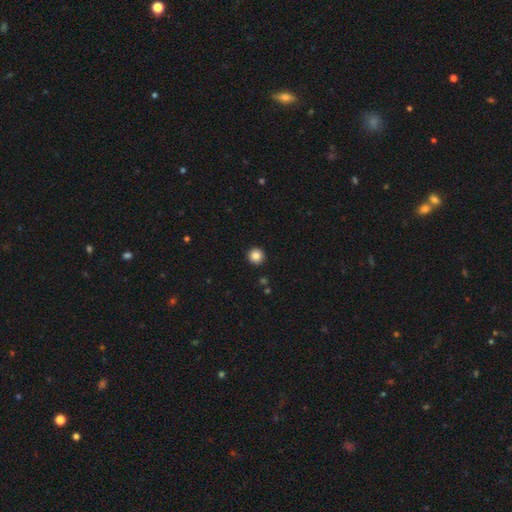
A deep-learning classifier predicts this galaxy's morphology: This appears to be a smooth galaxy with no disk features (85%) that is round (95%). Merging: none (93%).